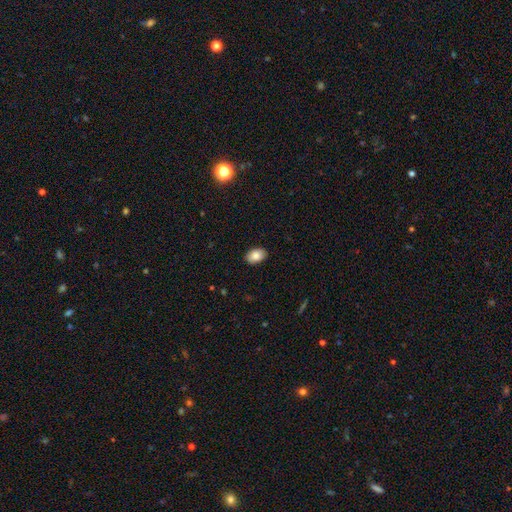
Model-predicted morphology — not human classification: smooth_or_featured: smooth (p=0.86) [alt: star or artifact p=0.08]
how_rounded: in between (p=0.88) [alt: round p=0.11]
merging: none (p=0.89) [alt: minor disturbance p=0.08]